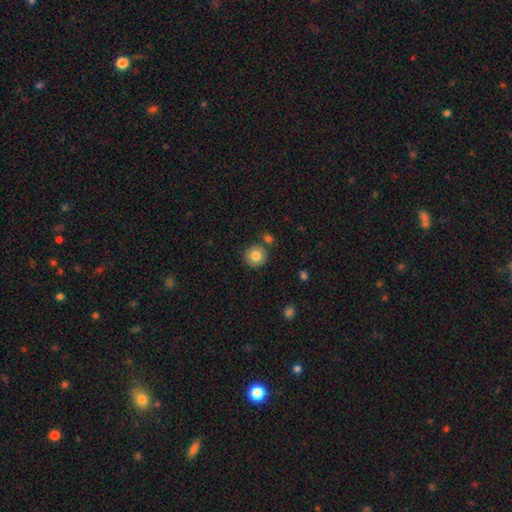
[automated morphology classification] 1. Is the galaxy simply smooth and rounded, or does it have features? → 82% smooth, 9% star or artifact, 9% featured or disk.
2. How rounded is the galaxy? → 93% round, 6% in between, 1% cigar-shaped.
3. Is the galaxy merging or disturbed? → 81% none, 9% minor disturbance, 8% merger, 2% major disturbance.